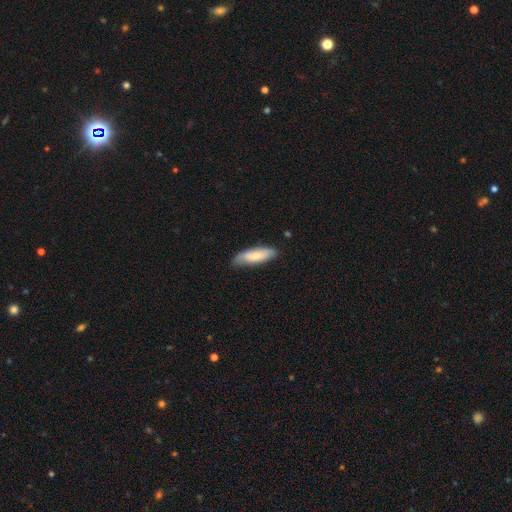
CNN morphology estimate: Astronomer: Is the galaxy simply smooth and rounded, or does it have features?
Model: smooth — 71%.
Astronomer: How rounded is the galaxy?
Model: in between — 53% (runner-up: cigar-shaped, 45%).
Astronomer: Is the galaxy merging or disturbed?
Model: none — 73%.